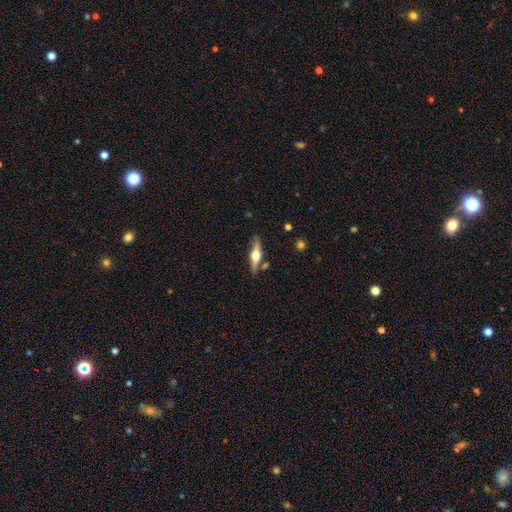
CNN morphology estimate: The model was most divided on "smooth or featured": featured or disk: 63%, smooth: 31%, star or artifact: 6%. More confident: edge-on bulge — rounded (94%); edge-on disk — yes (94%); merging — none (78%).